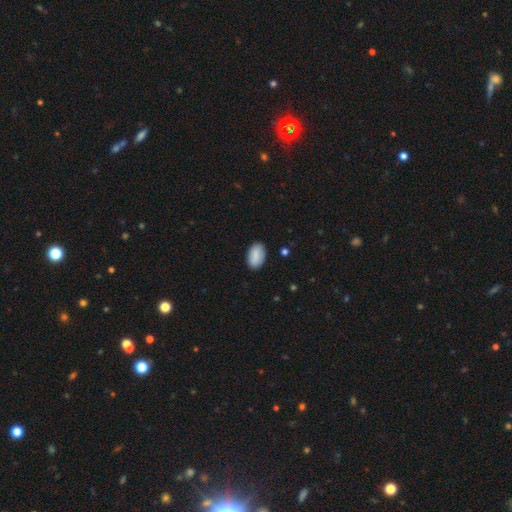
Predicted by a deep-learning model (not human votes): Smooth or featured?
  - smooth: 88% *
  - star or artifact: 6%
  - featured or disk: 6%
How rounded?
  - in between: 93% *
  - round: 5%
  - cigar-shaped: 2%
Merging?
  - none: 86% *
  - minor disturbance: 10%
  - major disturbance: 2%
  - merger: 1%